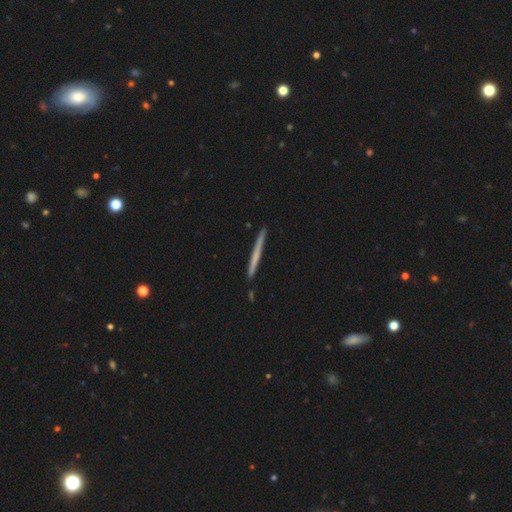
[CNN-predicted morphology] A smooth galaxy with no disk features (52%) that is cigar-shaped (97%).

Vote fractions:
- Smooth or featured? smooth: 52% / featured or disk: 43% / star or artifact: 5%
- How rounded? cigar-shaped: 97% / in between: 2% / round: 1%
- Merging? none: 91% / minor disturbance: 6% / merger: 1% / major disturbance: 1%